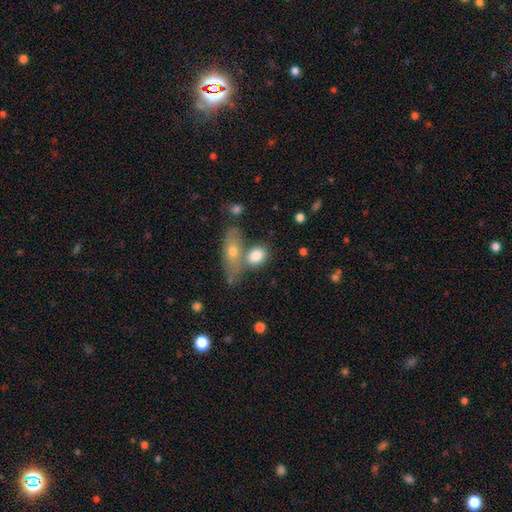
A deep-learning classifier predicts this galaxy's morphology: smooth_or_featured: smooth (p=0.79) [alt: featured or disk p=0.14]
how_rounded: in between (p=0.74) [alt: round p=0.22]
merging: none (p=0.44) [alt: merger p=0.38]